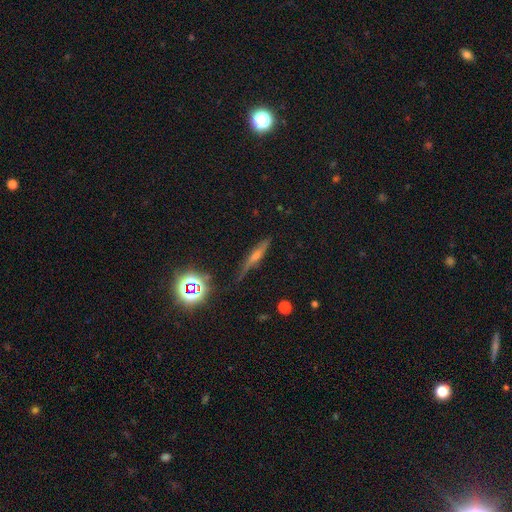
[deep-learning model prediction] The model was most divided on "smooth or featured": featured or disk: 47%, smooth: 34%, star or artifact: 19%. More confident: merging — none (76%).